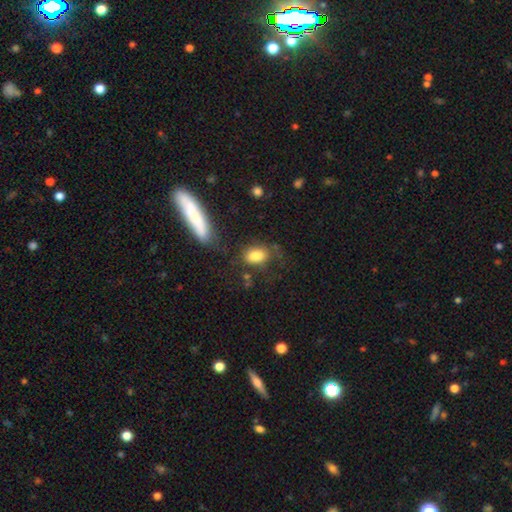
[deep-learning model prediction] Q: Smooth or featured?
A: smooth (82%); runner-up: featured or disk (10%)
Q: How rounded?
A: in between (84%); runner-up: round (12%)
Q: Merging?
A: none (65%); runner-up: minor disturbance (19%)